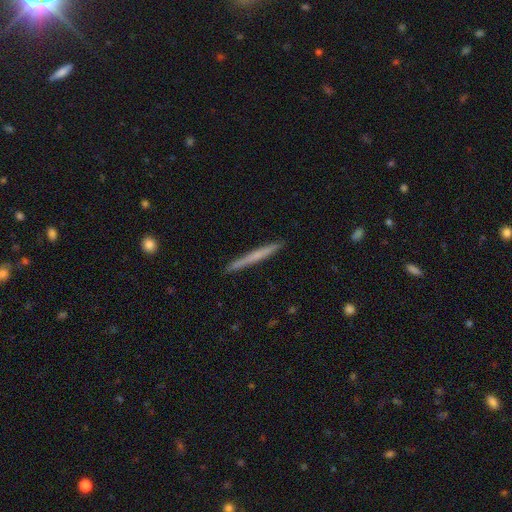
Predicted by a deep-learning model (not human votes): smooth-or-featured: smooth: 52% | featured or disk: 42% | star or artifact: 6%
  how-rounded: cigar-shaped: 97% | in between: 2% | round: 1%
  merging: none: 91% | minor disturbance: 6% | major disturbance: 1% | merger: 1%